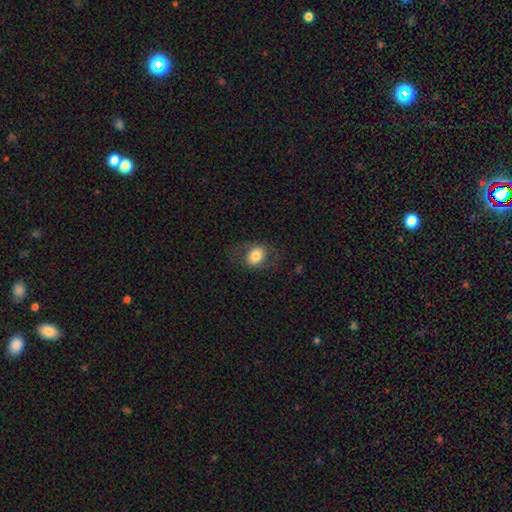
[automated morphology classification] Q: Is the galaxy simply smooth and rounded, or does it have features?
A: smooth — 68%.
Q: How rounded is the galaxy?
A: in between — 60%.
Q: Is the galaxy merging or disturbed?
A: none — 68%.